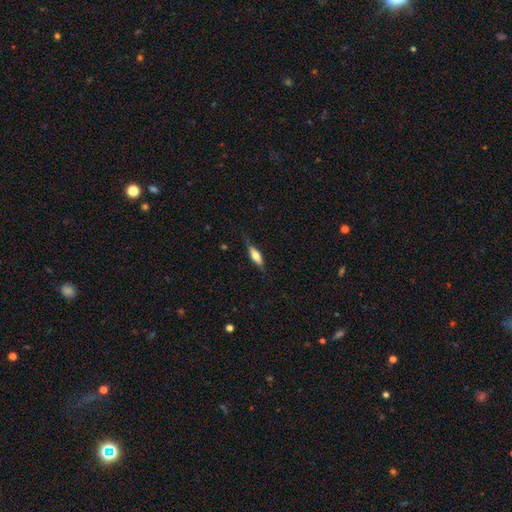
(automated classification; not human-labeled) Smooth or featured?
  - smooth: 58% *
  - featured or disk: 36%
  - star or artifact: 6%
How rounded?
  - cigar-shaped: 51% *
  - in between: 47%
  - round: 3%
Merging?
  - none: 74% *
  - minor disturbance: 20%
  - major disturbance: 5%
  - merger: 1%